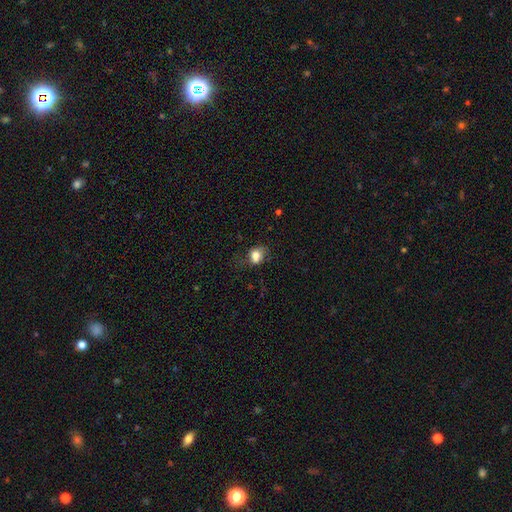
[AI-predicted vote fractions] smooth_or_featured: smooth (p=0.79) [alt: star or artifact p=0.11]
how_rounded: in between (p=0.53) [alt: round p=0.46]
merging: none (p=0.55) [alt: minor disturbance p=0.28]